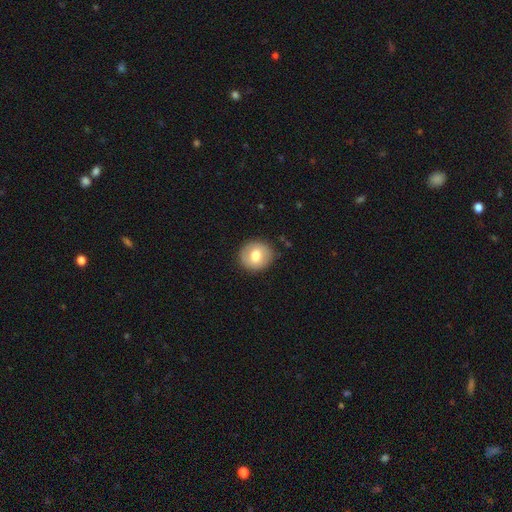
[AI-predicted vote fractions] Smooth or featured: smooth — 67% (featured or disk — 26%)
How rounded: round — 85% (in between — 14%)
Merging: none — 87% (minor disturbance — 9%)